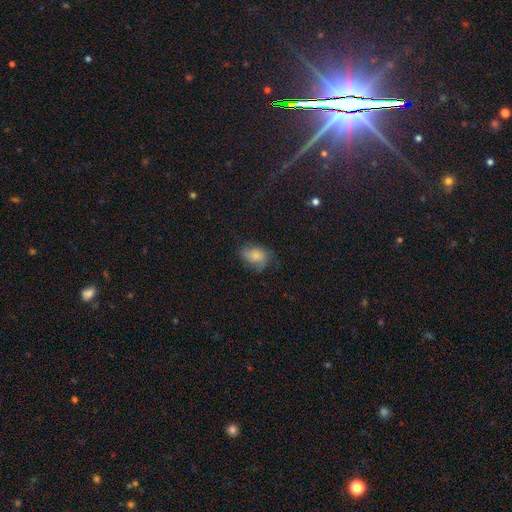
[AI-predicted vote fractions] The model was most divided on "merging": none: 59%, minor disturbance: 28%, major disturbance: 12%, merger: 2%. More confident: how rounded — in between (72%); smooth or featured — smooth (69%).